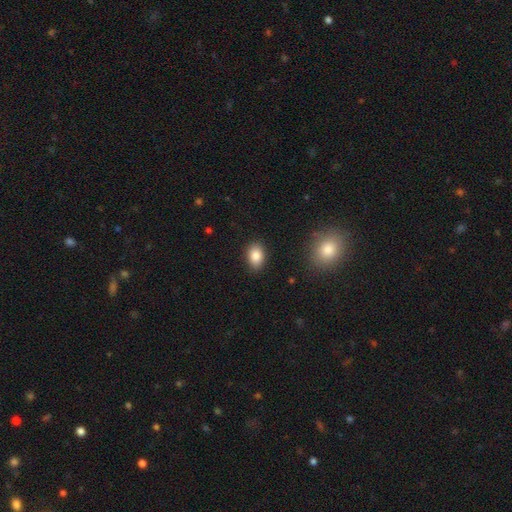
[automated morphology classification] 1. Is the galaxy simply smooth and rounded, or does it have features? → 85% smooth, 9% star or artifact, 6% featured or disk.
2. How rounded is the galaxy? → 82% in between, 17% round, 1% cigar-shaped.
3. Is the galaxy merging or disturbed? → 87% none, 9% minor disturbance, 2% major disturbance, 1% merger.